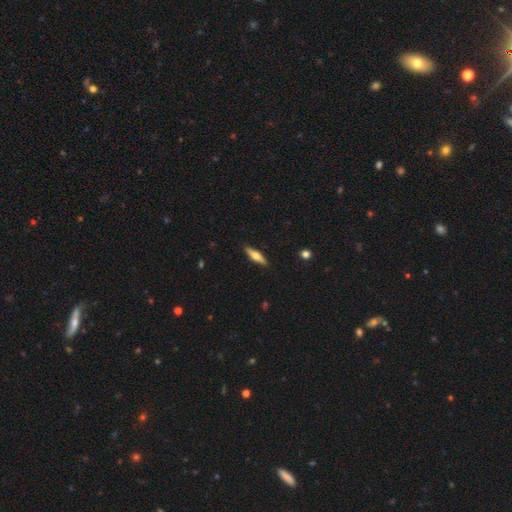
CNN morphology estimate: featured or disk 48%, smooth 46%, star or artifact 6%. Down the decision tree: merging — none (89%).